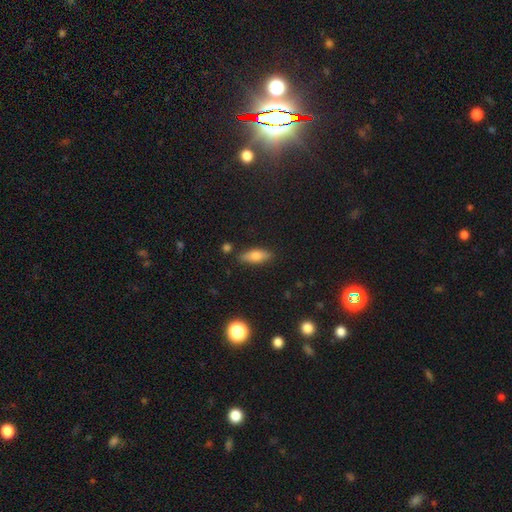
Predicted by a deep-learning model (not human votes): smooth 70%, featured or disk 21%, star or artifact 9%. Down the decision tree: how rounded — in between (66%); merging — none (84%).